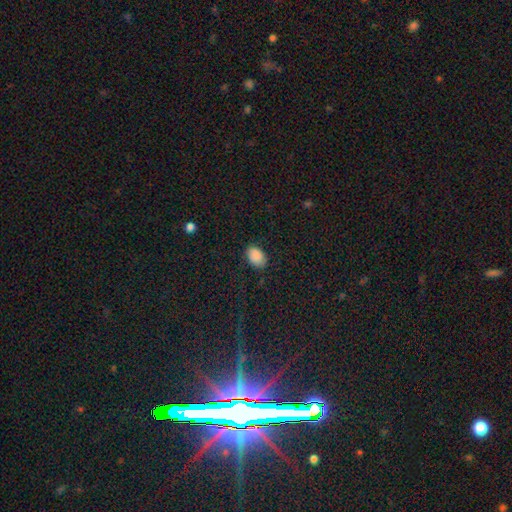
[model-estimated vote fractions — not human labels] Overall: smooth (88%). How rounded: in between (86%). Merging: none (83%).